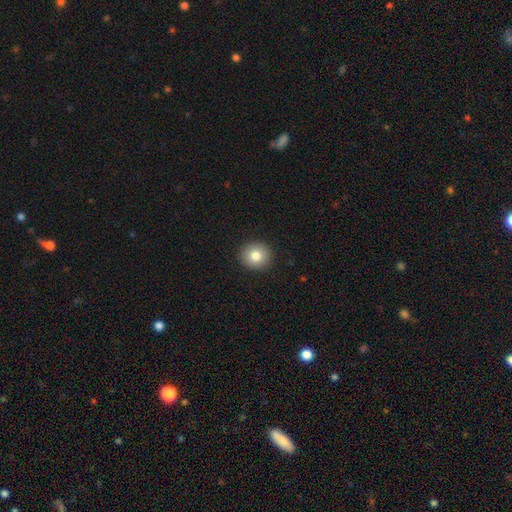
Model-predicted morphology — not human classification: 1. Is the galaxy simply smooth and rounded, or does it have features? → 81% smooth, 10% star or artifact, 9% featured or disk.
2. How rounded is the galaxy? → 86% round, 13% in between, 1% cigar-shaped.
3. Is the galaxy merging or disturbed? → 92% none, 6% minor disturbance, 2% major disturbance, 1% merger.